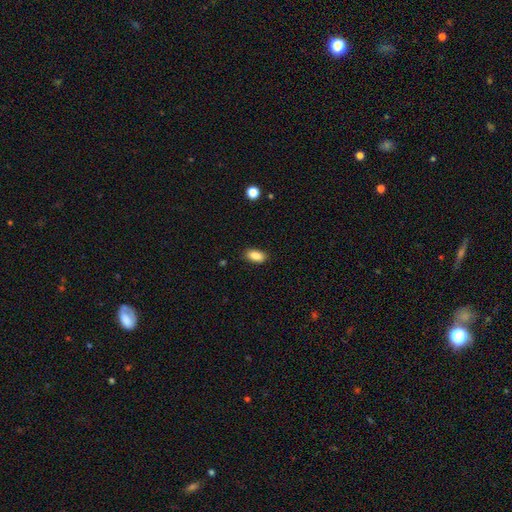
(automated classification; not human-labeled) This appears to be a smooth galaxy with no disk features (88%) that is in between round and cigar-shaped (91%). Merging: none (87%).